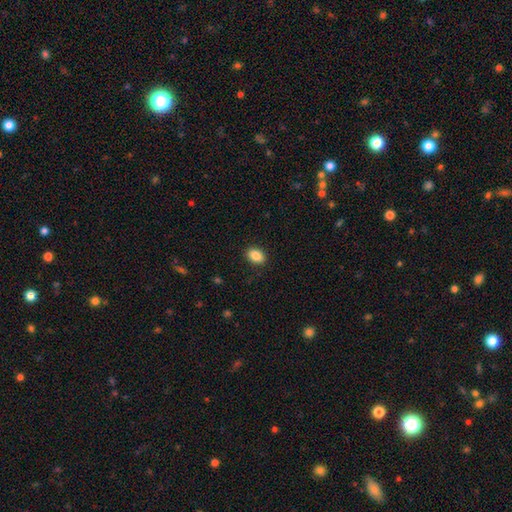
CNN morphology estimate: Q: Smooth or featured?
A: smooth (87%); runner-up: star or artifact (8%)
Q: How rounded?
A: in between (79%); runner-up: round (20%)
Q: Merging?
A: none (89%); runner-up: minor disturbance (8%)